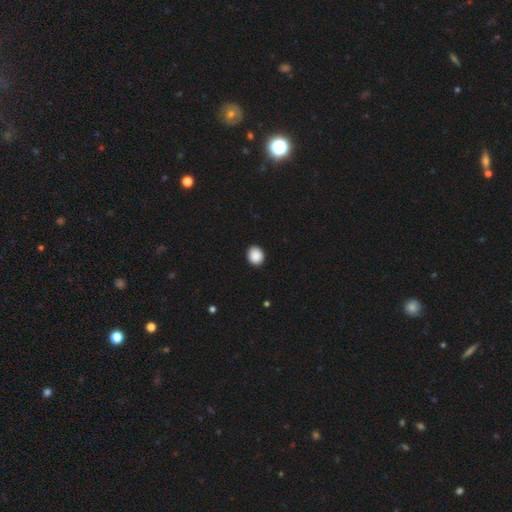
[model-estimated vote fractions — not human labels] Smooth or featured? smooth (90%)
How rounded? round (75%)
Merging? none (92%)